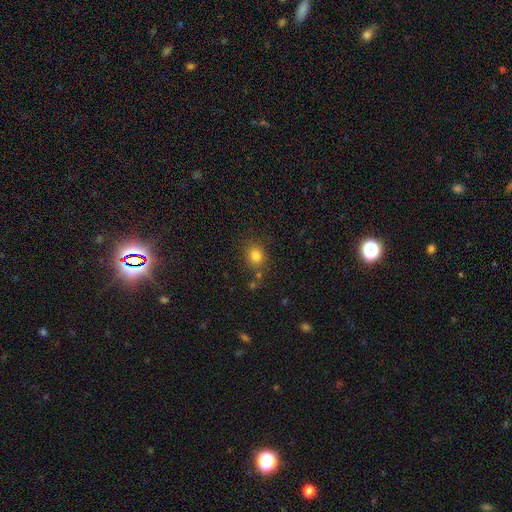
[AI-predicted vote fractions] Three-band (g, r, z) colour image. It shows a smooth galaxy with no disk features (80%) that is round (74%). Merging: none (75%).